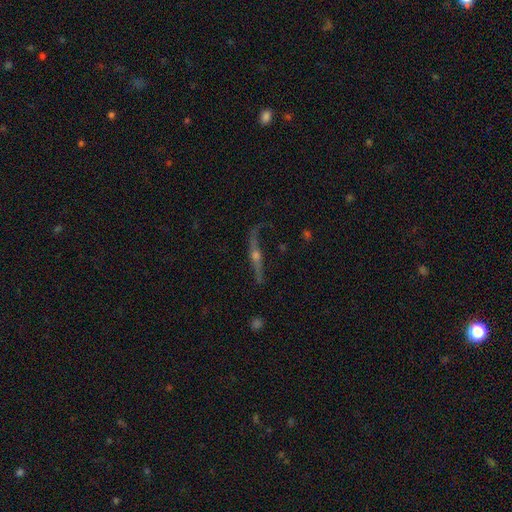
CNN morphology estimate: A featured or disk galaxy (84%) viewed edge-on (89%) with a rounded central bulge (93%). Merging: none (71%).